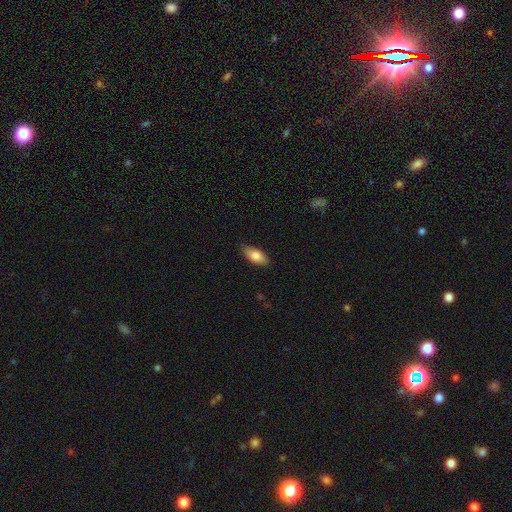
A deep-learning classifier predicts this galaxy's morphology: A smooth galaxy with no disk features (81%) that is in between round and cigar-shaped (85%).

Vote fractions:
- Smooth or featured? smooth: 81% / featured or disk: 13% / star or artifact: 6%
- How rounded? in between: 85% / cigar-shaped: 12% / round: 3%
- Merging? none: 84% / minor disturbance: 13% / major disturbance: 2% / merger: 1%